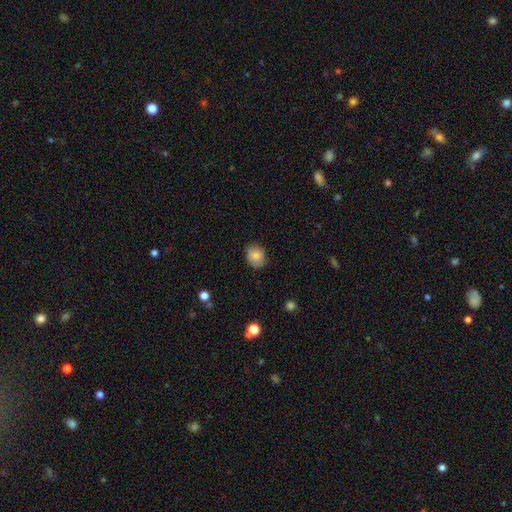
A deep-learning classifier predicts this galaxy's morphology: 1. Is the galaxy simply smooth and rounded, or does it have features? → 82% smooth, 10% featured or disk, 8% star or artifact.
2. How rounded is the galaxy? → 58% round, 41% in between, 1% cigar-shaped.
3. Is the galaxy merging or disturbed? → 80% none, 16% minor disturbance, 3% major disturbance, 1% merger.